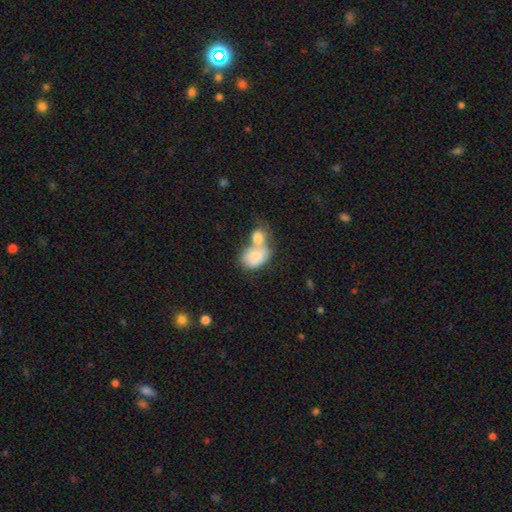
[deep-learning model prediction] smooth_or_featured: smooth (p=0.72) [alt: featured or disk p=0.21]
how_rounded: in between (p=0.75) [alt: round p=0.24]
merging: merger (p=0.67) [alt: none p=0.18]